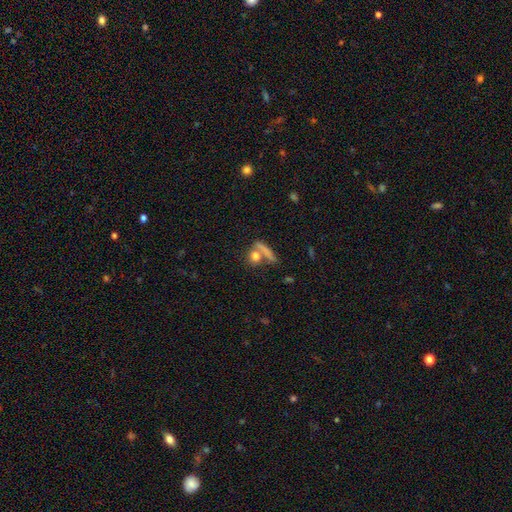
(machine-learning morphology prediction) smooth_or_featured: smooth (p=0.62) [alt: featured or disk p=0.22]
how_rounded: round (p=0.56) [alt: in between p=0.24]
merging: none (p=0.53) [alt: merger p=0.28]